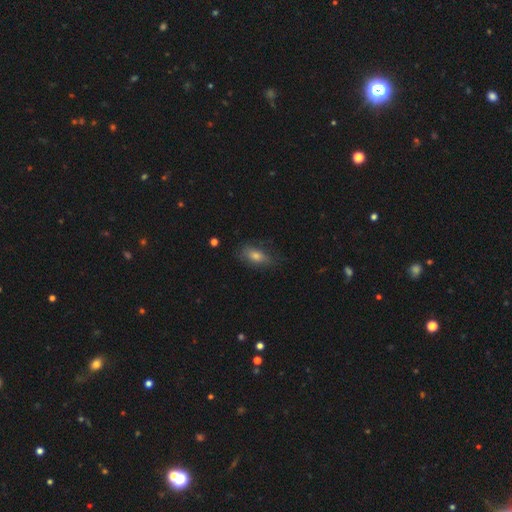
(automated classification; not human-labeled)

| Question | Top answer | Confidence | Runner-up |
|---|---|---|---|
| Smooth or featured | smooth | 66% | featured or disk (20%) |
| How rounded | in between | 77% | cigar-shaped (15%) |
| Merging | none | 71% | minor disturbance (21%) |